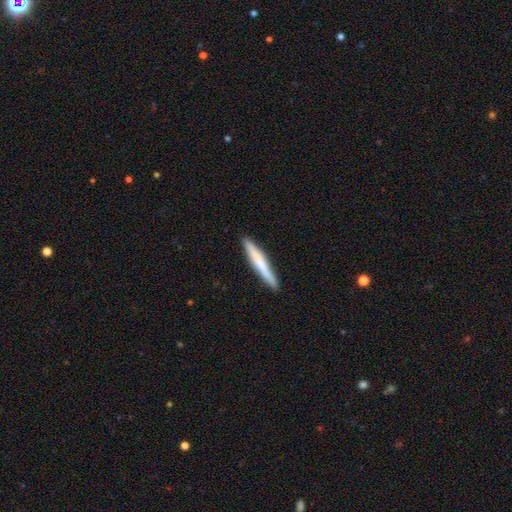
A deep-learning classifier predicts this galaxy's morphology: This is likely a smooth galaxy (63%). How rounded: clearly cigar-shaped (95%). Merging: clearly none (90%).